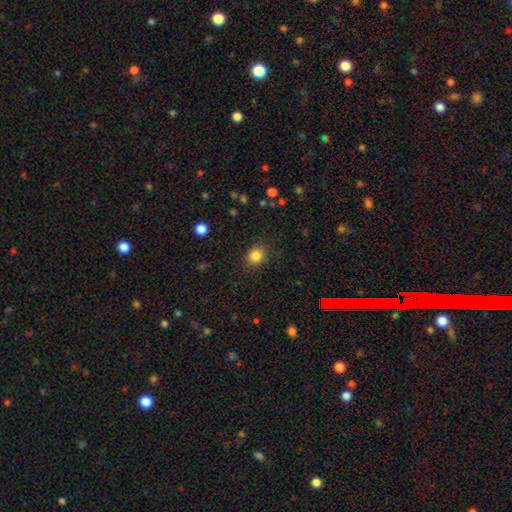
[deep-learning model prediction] Smooth or featured? smooth (84%)
How rounded? round (81%)
Merging? none (87%)